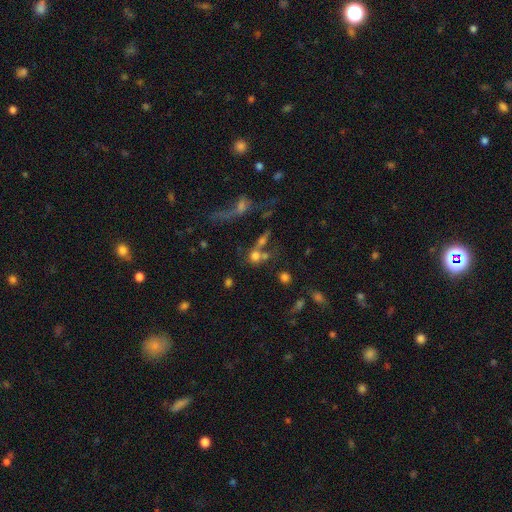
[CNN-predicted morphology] Smooth or featured? Predicted: smooth (p=0.63). How rounded? Predicted: round (p=0.73). Merging? Predicted: merger (p=0.45).